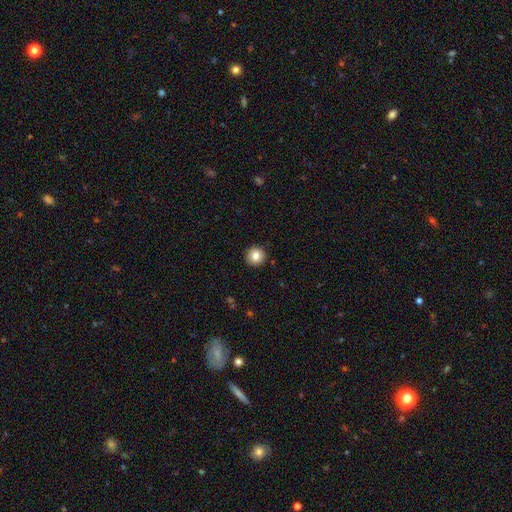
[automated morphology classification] smooth_or_featured: smooth (p=0.84) [alt: star or artifact p=0.09]
how_rounded: round (p=0.94) [alt: in between p=0.05]
merging: none (p=0.92) [alt: minor disturbance p=0.05]